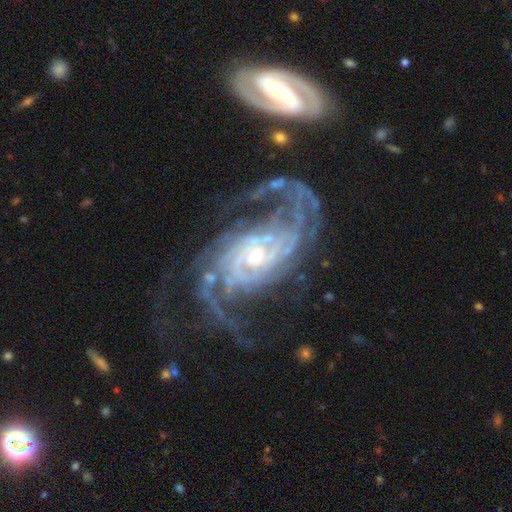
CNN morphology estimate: The model was most divided on "spiral arm count": 2: 24%, can't tell: 22%, 3: 19%, 4: 15%, more than 4: 11%, 1: 9%. Remaining: spiral arms — yes (98%); edge-on disk — no (97%); smooth or featured — featured or disk (91%); bulge size — small (66%); bar — no (57%); spiral winding — tight (49%); merging — none (40%).